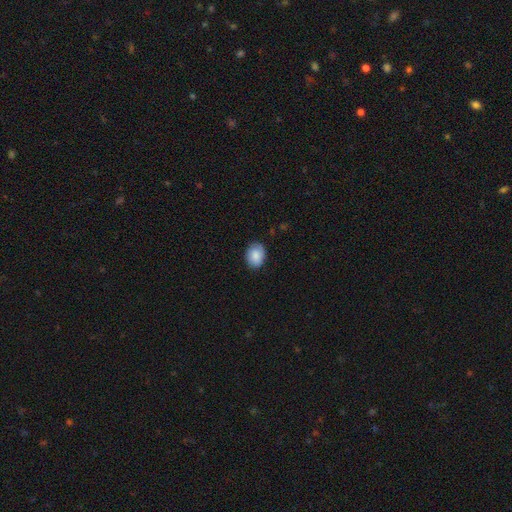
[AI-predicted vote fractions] This appears to be a smooth galaxy with no disk features (85%) that is in between round and cigar-shaped (68%). Merging: none (83%).